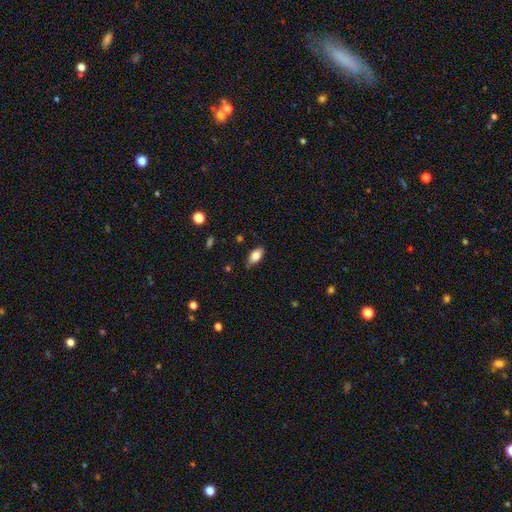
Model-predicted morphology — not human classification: smooth-or-featured: smooth: 78% | featured or disk: 15% | star or artifact: 8%
  how-rounded: in between: 90% | cigar-shaped: 6% | round: 4%
  merging: none: 83% | minor disturbance: 14% | major disturbance: 2% | merger: 1%